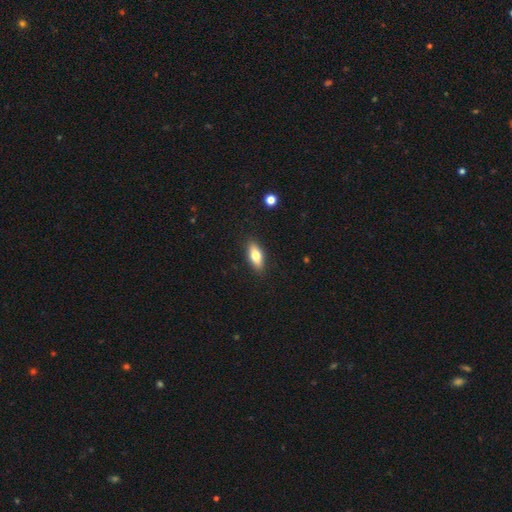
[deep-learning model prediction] A smooth galaxy with no disk features (75%) that is in between round and cigar-shaped (79%). Merging: none (88%).